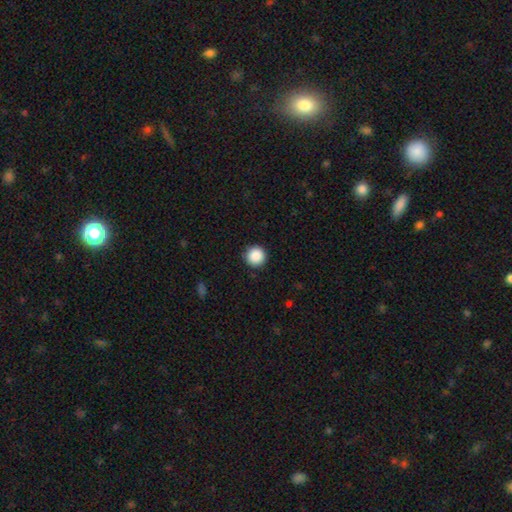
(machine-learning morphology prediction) A smooth galaxy with no disk features (89%) that is round (96%).

Vote fractions:
- Smooth or featured? smooth: 89% / star or artifact: 9% / featured or disk: 2%
- How rounded? round: 96% / in between: 3% / cigar-shaped: 1%
- Merging? none: 92% / minor disturbance: 5% / major disturbance: 2% / merger: 1%